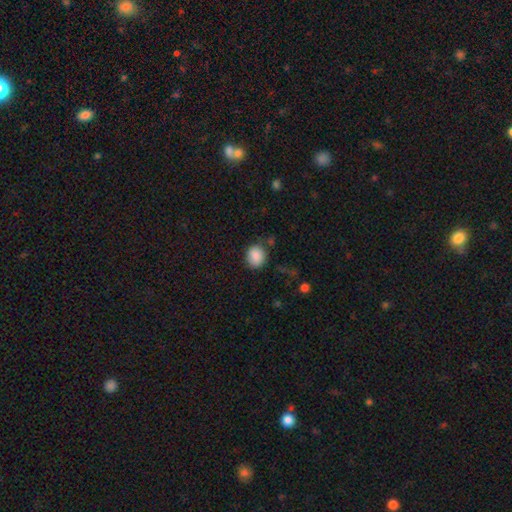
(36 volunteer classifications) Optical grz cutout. It shows a smooth galaxy with no disk features (100%) that is round (69%). Merging: none (78%).